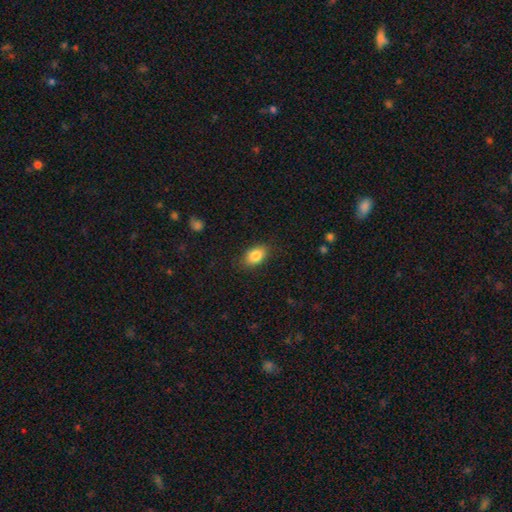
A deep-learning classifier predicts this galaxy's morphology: This appears to be a smooth galaxy with no disk features (84%) that is in between round and cigar-shaped (84%). Merging: none (84%).